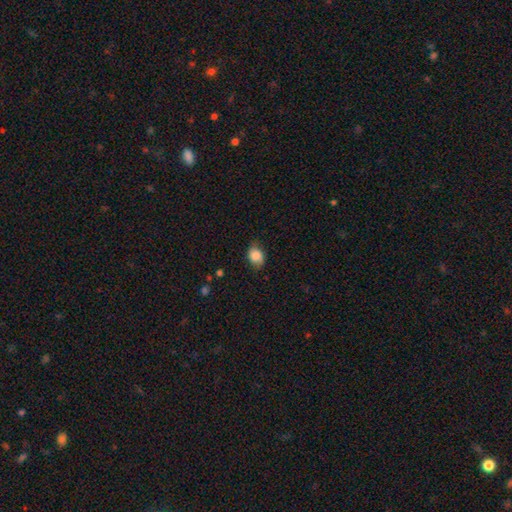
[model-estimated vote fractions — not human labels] smooth 83%, featured or disk 9%, star or artifact 8%. Down the decision tree: how rounded — in between (65%); merging — none (72%).